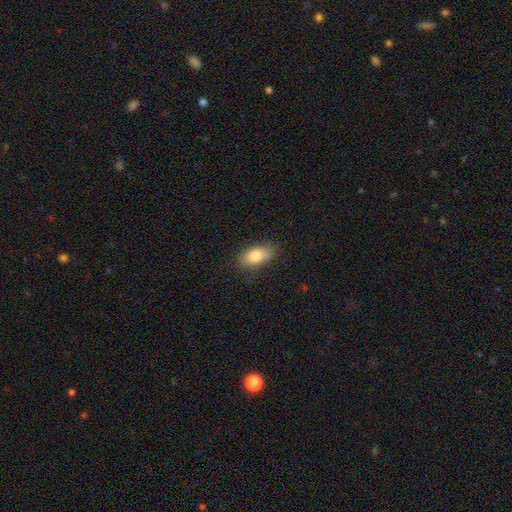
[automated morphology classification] Smooth or featured: smooth — 82% (featured or disk — 11%)
How rounded: in between — 89% (cigar-shaped — 6%)
Merging: none — 81% (minor disturbance — 15%)